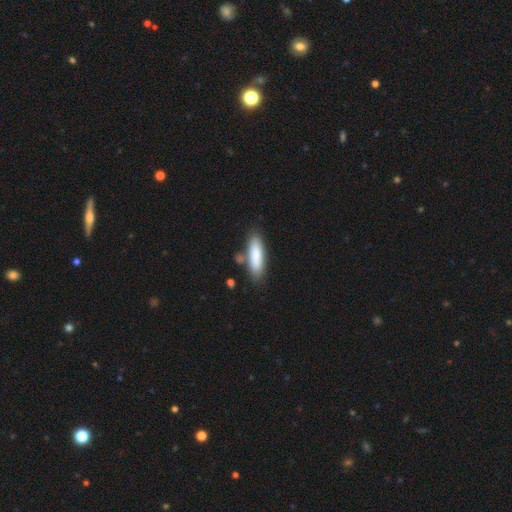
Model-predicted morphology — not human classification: The model was most divided on "how rounded": cigar-shaped: 56%, in between: 42%, round: 2%. More confident: smooth or featured — smooth (84%); merging — none (75%).